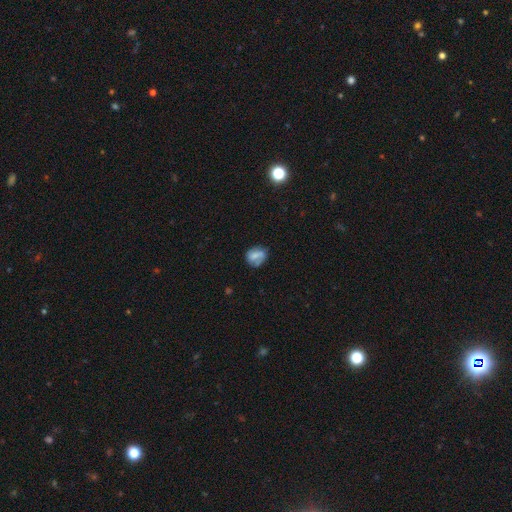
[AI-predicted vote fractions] Morphology: type=smooth (59%); roundness=round (60%); merging=none (52%).